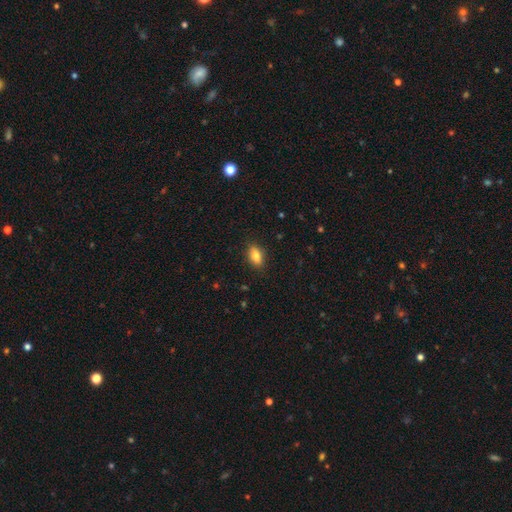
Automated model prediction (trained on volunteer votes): Smooth or featured: smooth — 84% (featured or disk — 8%)
How rounded: in between — 87% (cigar-shaped — 7%)
Merging: none — 87% (minor disturbance — 10%)